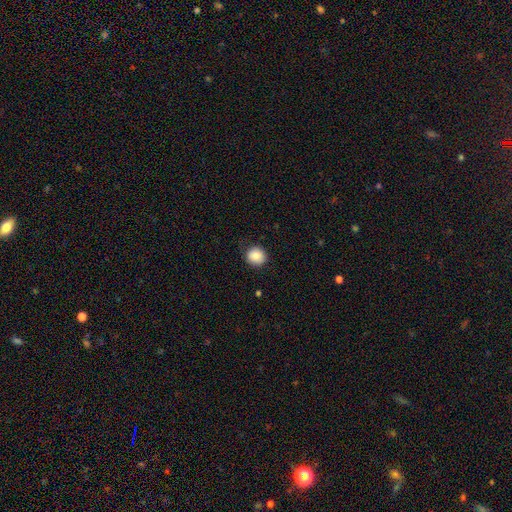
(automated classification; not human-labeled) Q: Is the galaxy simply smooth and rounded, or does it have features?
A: smooth — 87%.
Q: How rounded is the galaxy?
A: round — 90%.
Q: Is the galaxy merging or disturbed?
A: none — 83%.